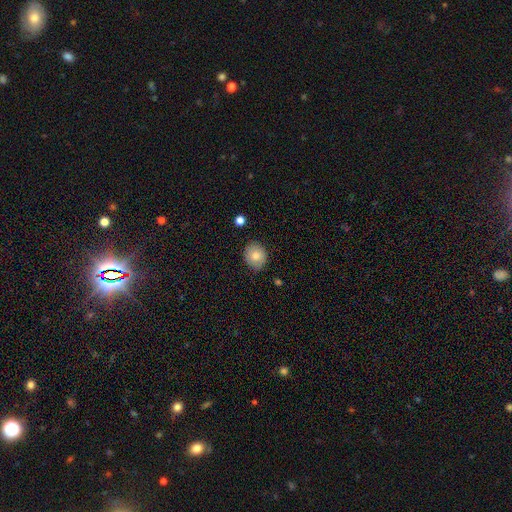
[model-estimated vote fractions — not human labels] Smooth or featured? smooth (80%)
How rounded? round (66%)
Merging? none (84%)